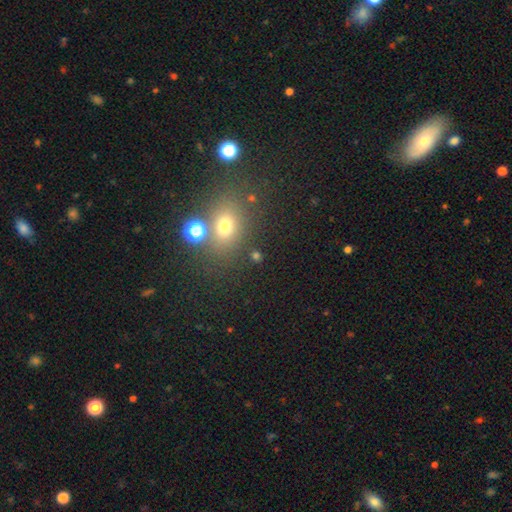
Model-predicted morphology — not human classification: The model was most divided on "how rounded": round: 55%, in between: 43%, cigar-shaped: 2%. More confident: merging — none (75%); smooth or featured — smooth (61%).